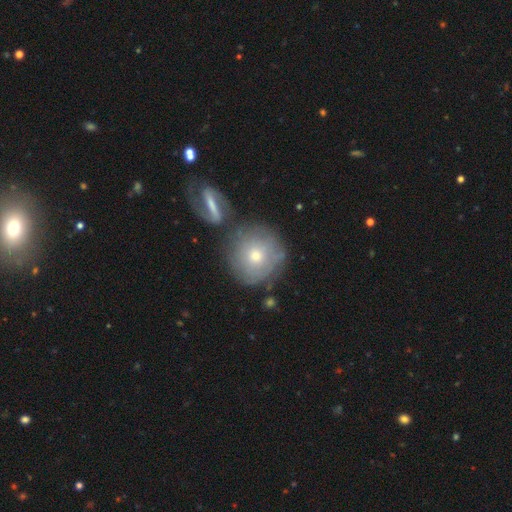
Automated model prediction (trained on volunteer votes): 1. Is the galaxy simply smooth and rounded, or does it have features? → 52% smooth, 39% featured or disk, 9% star or artifact.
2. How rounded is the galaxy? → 93% round, 6% in between, 1% cigar-shaped.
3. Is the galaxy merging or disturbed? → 64% none, 16% merger, 14% minor disturbance, 6% major disturbance.